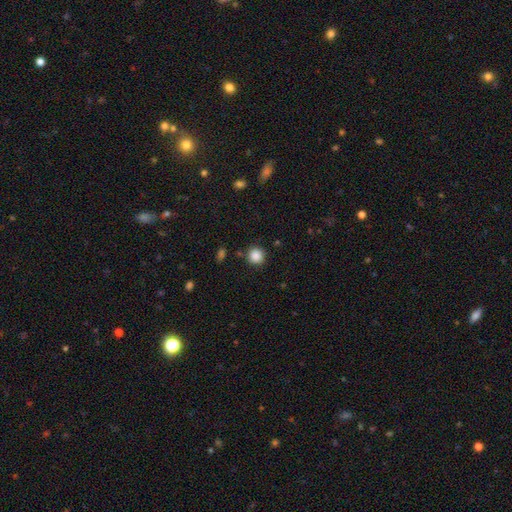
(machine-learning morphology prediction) smooth 87%, star or artifact 10%, featured or disk 3%. Down the decision tree: how rounded — round (93%); merging — none (86%).